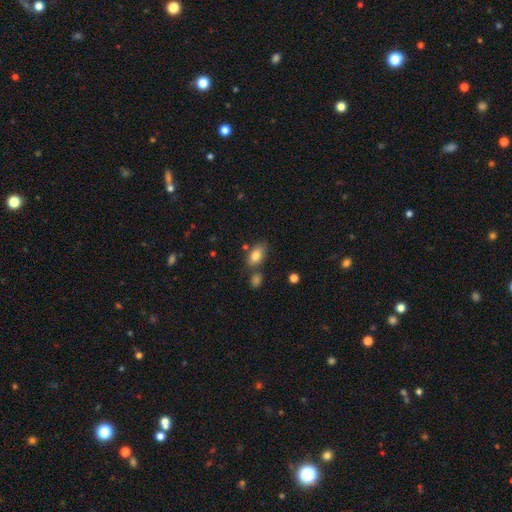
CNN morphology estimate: Smooth or featured? Predicted: smooth (p=0.82). How rounded? Predicted: in between (p=0.88). Merging? Predicted: none (p=0.67).